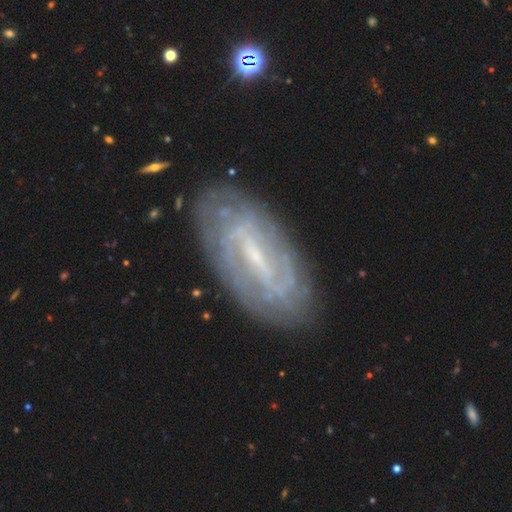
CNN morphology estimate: This appears to be a featured or disk galaxy (80%) with a strong bar (46%), tight (61%) spiral arms (84%) and a small central bulge (61%). Merging: none (80%).